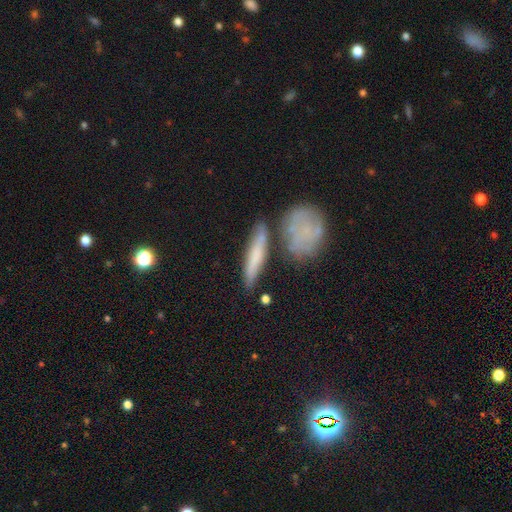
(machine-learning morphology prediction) type=smooth (56%); roundness=cigar-shaped (80%); merging=none (69%).